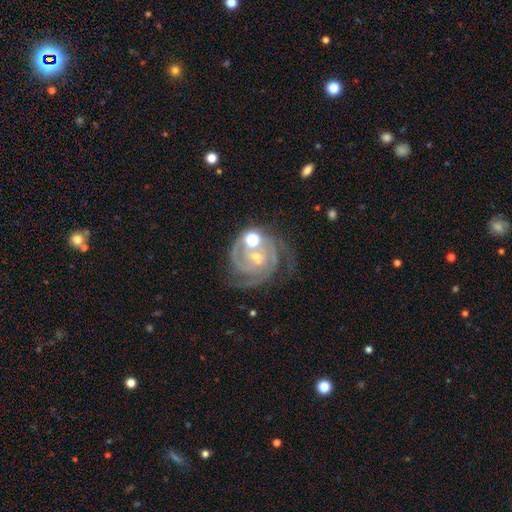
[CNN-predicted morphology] smooth_or_featured: featured or disk (p=0.87) [alt: star or artifact p=0.07]
disk_edge_on: no (p=0.98) [alt: yes p=0.02]
bar: no (p=0.53) [alt: weak p=0.34]
has_spiral_arms: yes (p=0.98) [alt: no p=0.02]
spiral_winding: tight (p=0.69) [alt: medium p=0.27]
spiral_arm_count: 2 (p=0.36) [alt: 3 p=0.34]
bulge_size: small (p=0.56) [alt: moderate p=0.37]
merging: none (p=0.62) [alt: minor disturbance p=0.16]